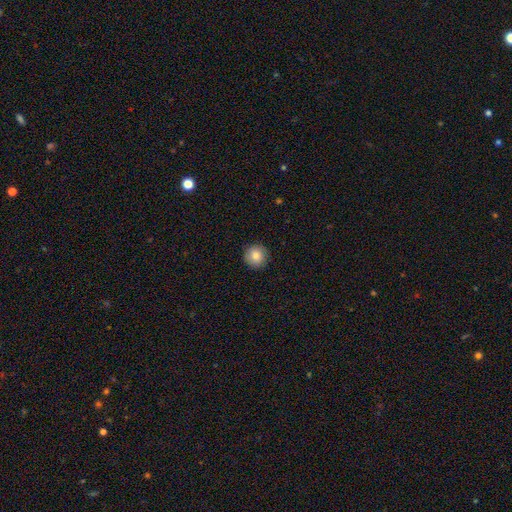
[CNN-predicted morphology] smooth 83%, star or artifact 9%, featured or disk 8%. Down the decision tree: how rounded — round (96%); merging — none (92%).